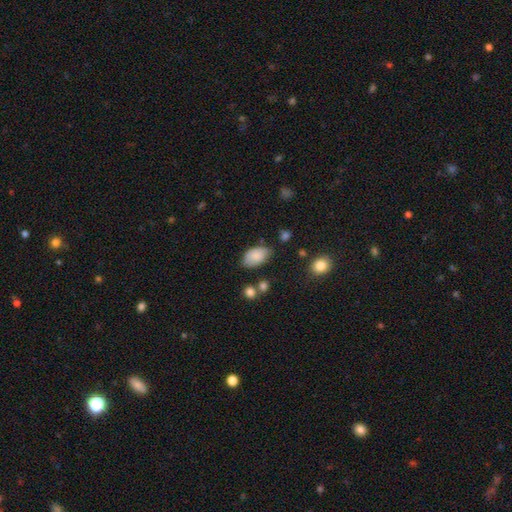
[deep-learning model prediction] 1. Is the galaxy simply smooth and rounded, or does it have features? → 85% smooth, 8% featured or disk, 7% star or artifact.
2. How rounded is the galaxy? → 93% in between, 5% round, 1% cigar-shaped.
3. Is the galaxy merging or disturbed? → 68% none, 23% minor disturbance, 5% major disturbance, 4% merger.